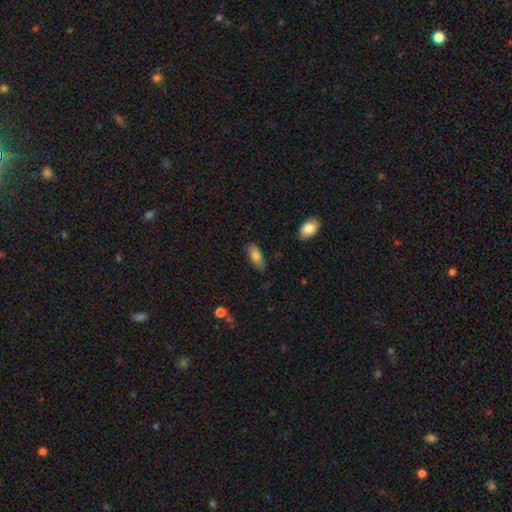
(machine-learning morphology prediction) type=smooth (81%); roundness=in between (83%); merging=none (77%).